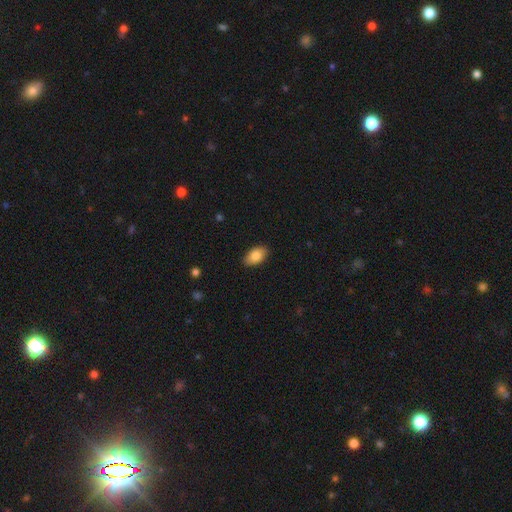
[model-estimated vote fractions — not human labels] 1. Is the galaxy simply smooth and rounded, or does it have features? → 87% smooth, 7% star or artifact, 7% featured or disk.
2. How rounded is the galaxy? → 93% in between, 5% round, 2% cigar-shaped.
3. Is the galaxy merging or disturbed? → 88% none, 9% minor disturbance, 2% major disturbance, 1% merger.